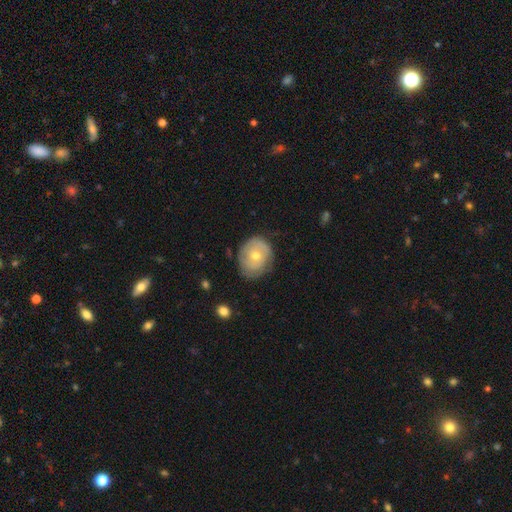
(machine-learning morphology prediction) Smooth or featured: featured or disk — 52% (smooth — 41%)
Edge-on disk: no — 95% (yes — 5%)
Merging: none — 70% (minor disturbance — 22%)